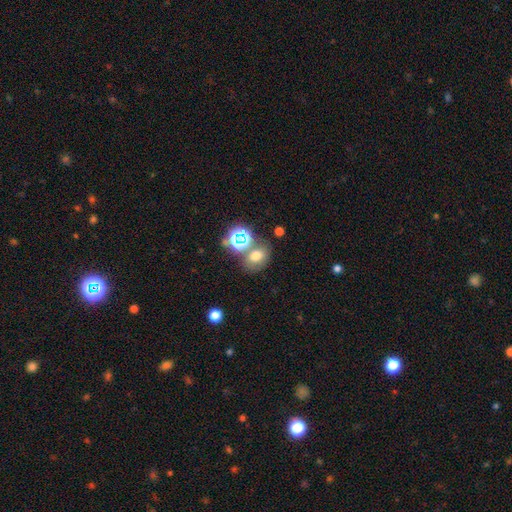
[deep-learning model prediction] smooth-or-featured: smooth: 63% | star or artifact: 24% | featured or disk: 13%
  how-rounded: in between: 57% | round: 42% | cigar-shaped: 1%
  merging: none: 59% | merger: 22% | minor disturbance: 13% | major disturbance: 6%